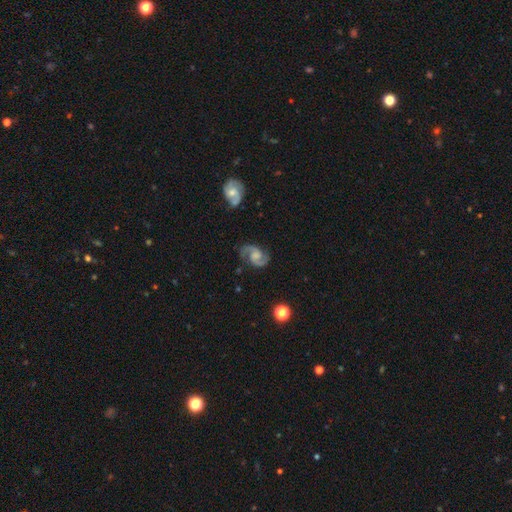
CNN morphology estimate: smooth-or-featured: featured or disk: 90% | smooth: 5% | star or artifact: 5%
  disk-edge-on: no: 98% | yes: 2%
    bar: no: 51% | weak: 41% | strong: 8%
    has-spiral-arms: yes: 98% | no: 2%
      spiral-winding: medium: 60% | loose: 23% | tight: 17%
      spiral-arm-count: 2: 94% | can't tell: 2% | 1: 1% | 3: 1% | 4: 1% | more than 4: 1%
    bulge-size: none: 33% | moderate: 31% | small: 24% | large: 10% | dominant: 2%
  merging: none: 80% | minor disturbance: 14% | major disturbance: 4% | merger: 2%